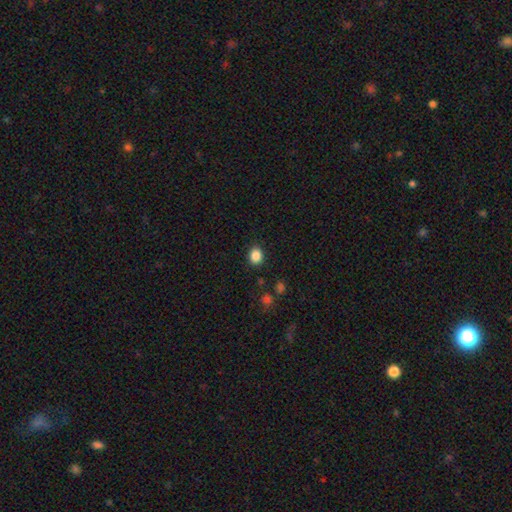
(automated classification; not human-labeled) Smooth or featured? Predicted: smooth (p=0.86). How rounded? Predicted: round (p=0.61). Merging? Predicted: none (p=0.89).